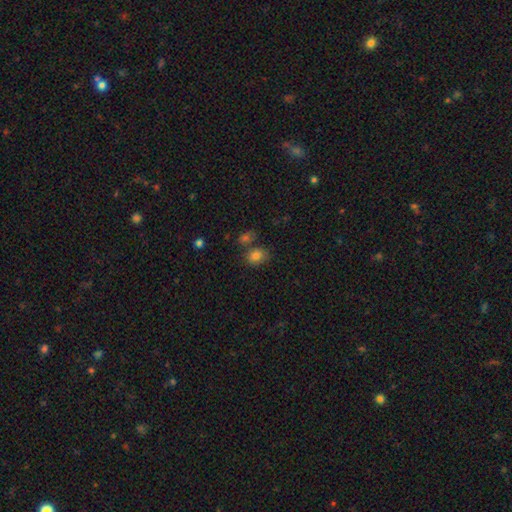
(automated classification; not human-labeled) smooth_or_featured: smooth (p=0.81) [alt: star or artifact p=0.12]
how_rounded: in between (p=0.53) [alt: round p=0.46]
merging: none (p=0.63) [alt: merger p=0.19]